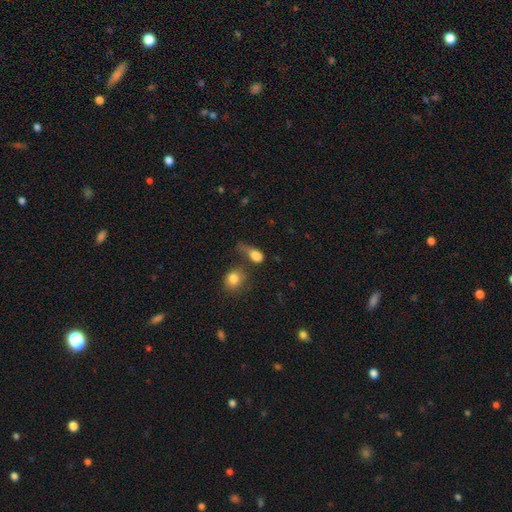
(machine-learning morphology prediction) type=smooth (80%); roundness=in between (76%); merging=none (28%).